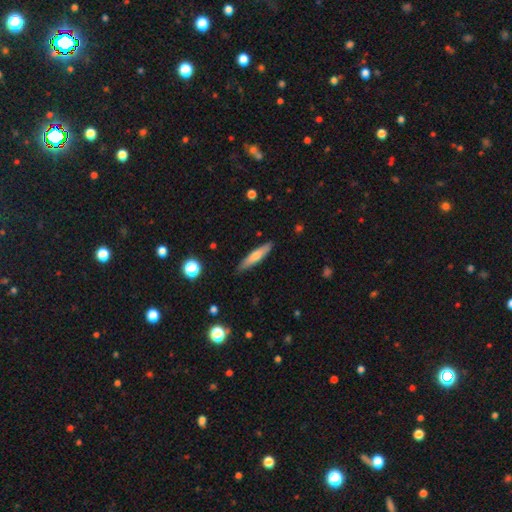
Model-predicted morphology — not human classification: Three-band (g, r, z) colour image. It shows a smooth galaxy with no disk features (65%) that is cigar-shaped (84%). Merging: none (86%).